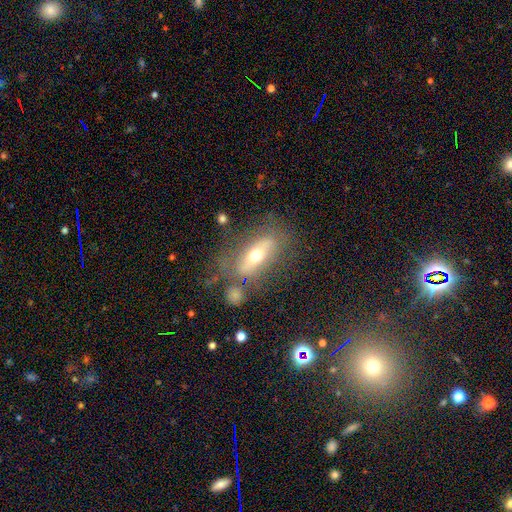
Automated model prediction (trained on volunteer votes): A featured or disk galaxy (52%).

Vote fractions:
- Smooth or featured? featured or disk: 52% / smooth: 40% / star or artifact: 8%
- Edge-on disk? no: 64% / yes: 36%
- Merging? none: 61% / minor disturbance: 19% / major disturbance: 12% / merger: 7%